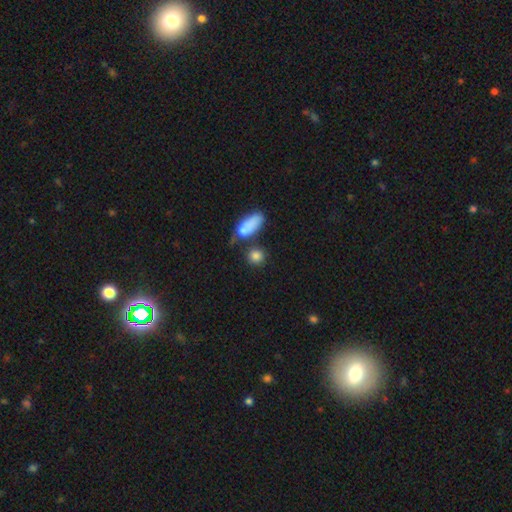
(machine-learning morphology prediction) Q: Smooth or featured?
A: smooth (83%); runner-up: star or artifact (10%)
Q: How rounded?
A: round (80%); runner-up: in between (16%)
Q: Merging?
A: none (70%); runner-up: merger (15%)